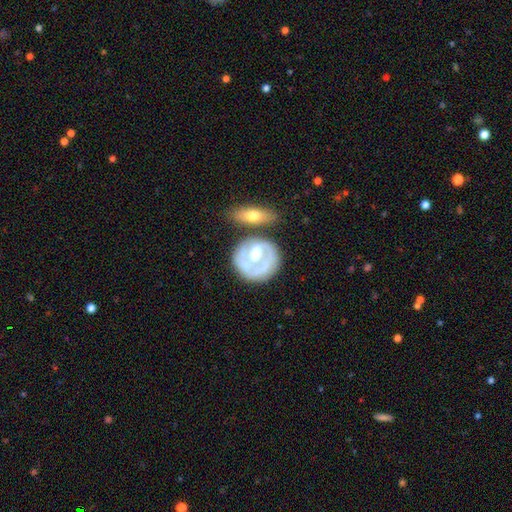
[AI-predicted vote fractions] This is likely a featured or disk galaxy (64%). It is clearly not viewed edge-on (96%). Bar: likely no (66%). Spiral arm pattern: possibly no (55%). Central bulge: possibly moderate (54%). Merging: possibly none (51%).